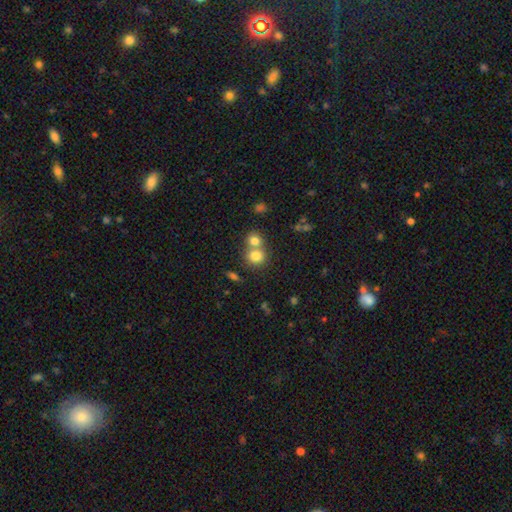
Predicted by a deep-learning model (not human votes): Q: Smooth or featured?
A: smooth (78%); runner-up: star or artifact (12%)
Q: How rounded?
A: round (80%); runner-up: in between (19%)
Q: Merging?
A: merger (50%); runner-up: none (41%)